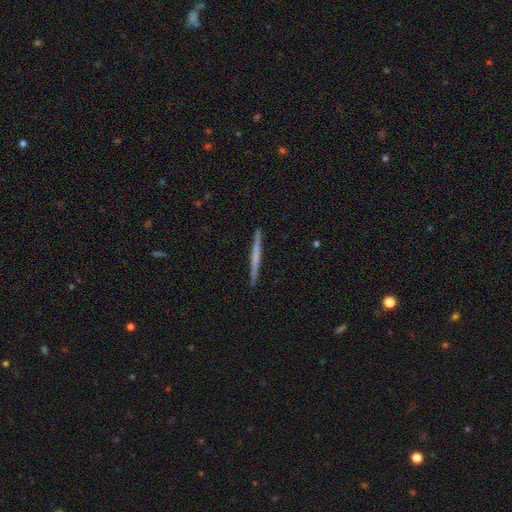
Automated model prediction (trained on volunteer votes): Smooth or featured? Predicted: featured or disk (p=0.51). Edge-on disk? Predicted: yes (p=0.98). Merging? Predicted: none (p=0.93).